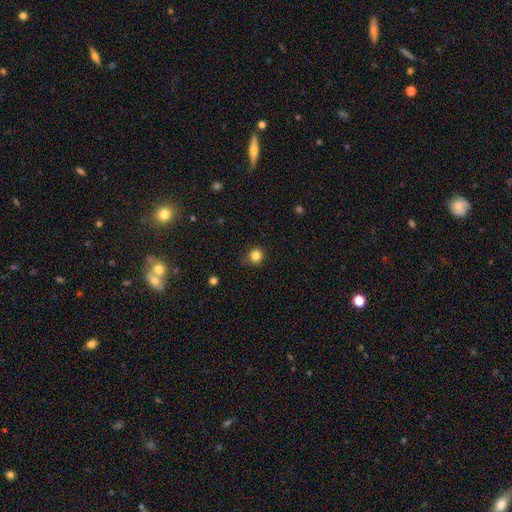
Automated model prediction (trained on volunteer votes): The model was most divided on "merging": none: 83%, minor disturbance: 13%, major disturbance: 3%, merger: 1%. More confident: how rounded — round (90%); smooth or featured — smooth (83%).